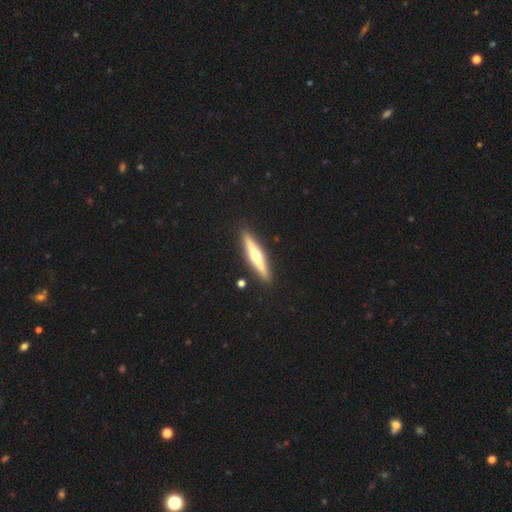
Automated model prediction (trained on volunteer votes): A featured or disk galaxy (64%) viewed edge-on (97%) with a rounded central bulge (93%). Merging: none (91%).